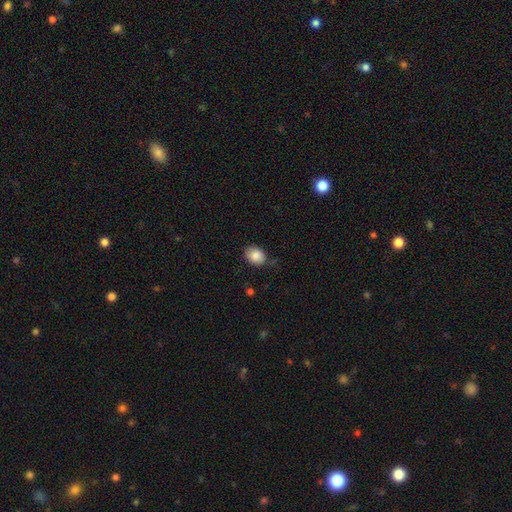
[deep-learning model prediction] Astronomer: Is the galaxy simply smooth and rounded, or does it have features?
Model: smooth — 86%.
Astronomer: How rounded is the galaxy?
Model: in between — 57% (runner-up: round, 42%).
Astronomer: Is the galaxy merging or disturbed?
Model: none — 73%.